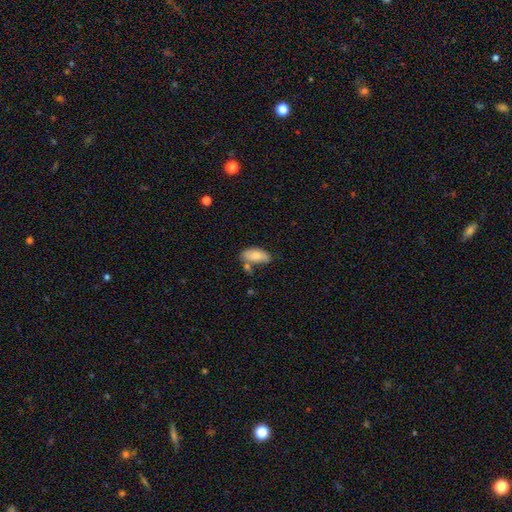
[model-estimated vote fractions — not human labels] A smooth galaxy with no disk features (79%) that is in between round and cigar-shaped (89%).

Vote fractions:
- Smooth or featured? smooth: 79% / featured or disk: 14% / star or artifact: 7%
- How rounded? in between: 89% / cigar-shaped: 8% / round: 2%
- Merging? none: 54% / minor disturbance: 23% / merger: 17% / major disturbance: 6%